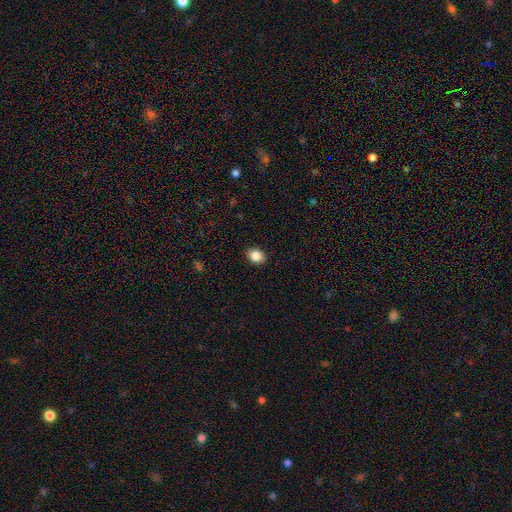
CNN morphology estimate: This is clearly a smooth galaxy (86%). How rounded: possibly round (52%). Merging: clearly none (90%).